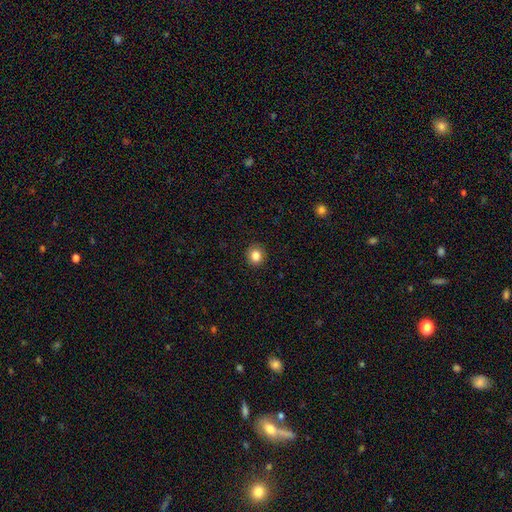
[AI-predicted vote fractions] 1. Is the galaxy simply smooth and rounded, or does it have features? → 85% smooth, 10% star or artifact, 5% featured or disk.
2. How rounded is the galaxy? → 86% round, 13% in between, 1% cigar-shaped.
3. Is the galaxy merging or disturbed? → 91% none, 6% minor disturbance, 2% major disturbance, 1% merger.